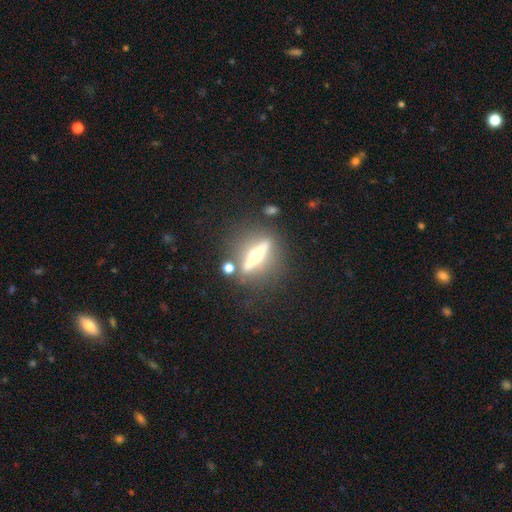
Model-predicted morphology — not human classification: This appears to be a featured or disk galaxy (75%) viewed edge-on (89%) with a rounded central bulge (94%). Merging: none (79%).